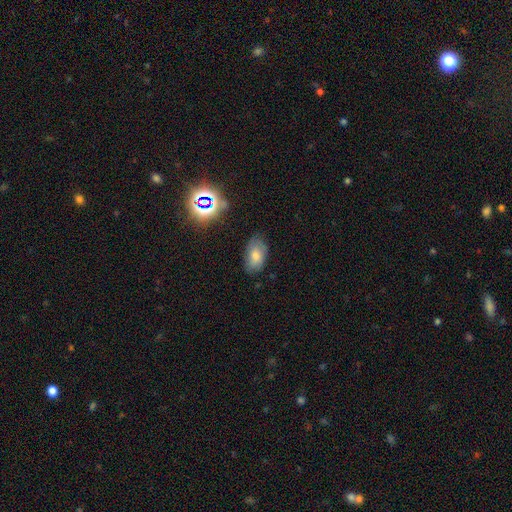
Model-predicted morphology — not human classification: This is likely a smooth galaxy (71%). How rounded: clearly in between (92%). Merging: likely none (71%).